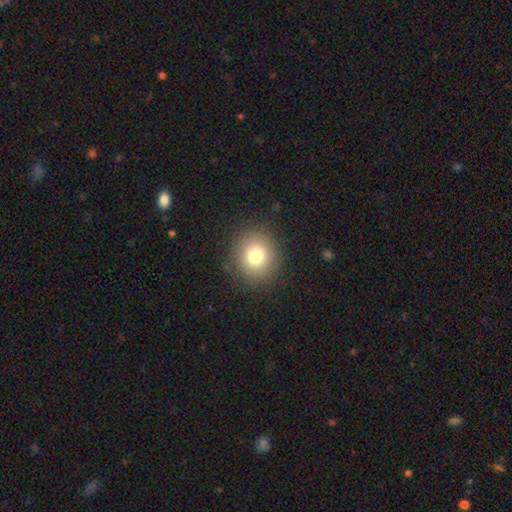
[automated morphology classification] Smooth or featured? smooth (78%)
How rounded? round (85%)
Merging? none (88%)